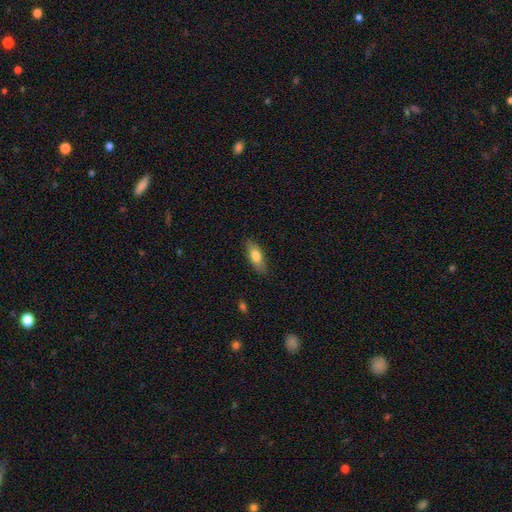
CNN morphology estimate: The model was most divided on "how rounded": in between: 74%, cigar-shaped: 24%, round: 2%. More confident: merging — none (84%); smooth or featured — smooth (77%).